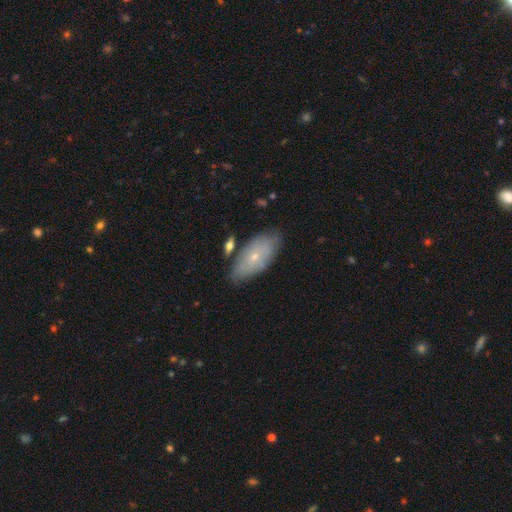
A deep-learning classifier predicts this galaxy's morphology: A smooth galaxy with no disk features (52%) that is in between round and cigar-shaped (91%). Merging: none (71%).